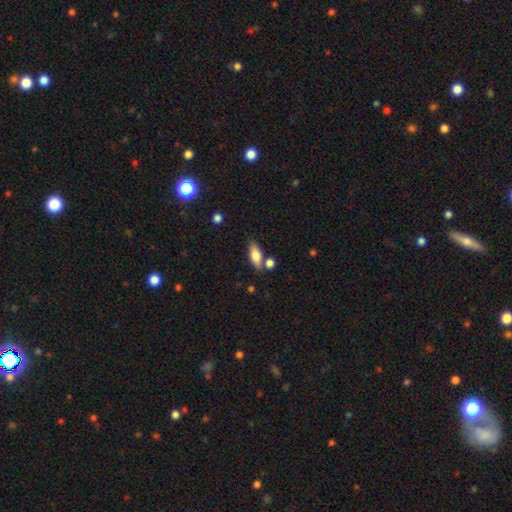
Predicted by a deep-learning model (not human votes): Morphology: type=smooth (69%); roundness=in between (71%); merging=none (70%).